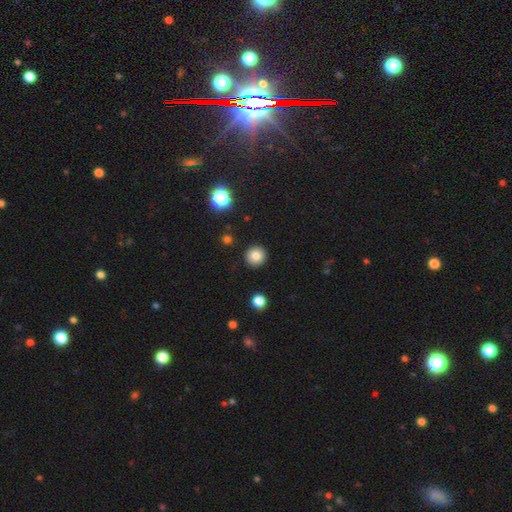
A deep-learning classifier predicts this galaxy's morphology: Q: Smooth or featured?
A: smooth (84%); runner-up: star or artifact (11%)
Q: How rounded?
A: round (94%); runner-up: in between (5%)
Q: Merging?
A: none (92%); runner-up: minor disturbance (5%)